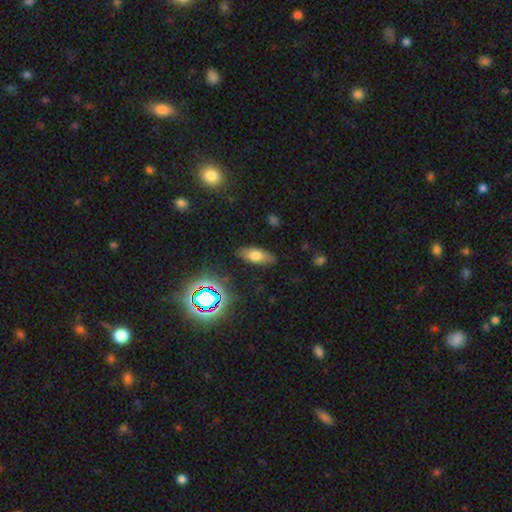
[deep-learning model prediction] Q: Smooth or featured?
A: smooth (68%); runner-up: featured or disk (18%)
Q: How rounded?
A: in between (77%); runner-up: cigar-shaped (20%)
Q: Merging?
A: none (85%); runner-up: minor disturbance (11%)